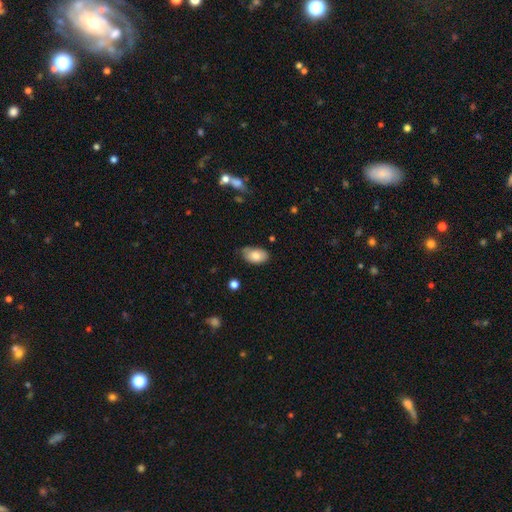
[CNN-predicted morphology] A smooth galaxy with no disk features (81%) that is in between round and cigar-shaped (91%).

Vote fractions:
- Smooth or featured? smooth: 81% / featured or disk: 12% / star or artifact: 7%
- How rounded? in between: 91% / round: 7% / cigar-shaped: 1%
- Merging? none: 59% / minor disturbance: 33% / major disturbance: 5% / merger: 2%